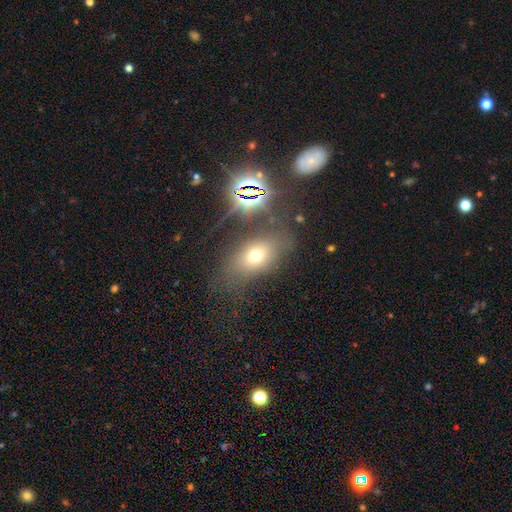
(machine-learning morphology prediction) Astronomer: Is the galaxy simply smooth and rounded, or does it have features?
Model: smooth — 60%.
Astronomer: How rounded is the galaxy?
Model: in between — 76%.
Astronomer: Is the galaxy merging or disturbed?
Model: none — 64%.